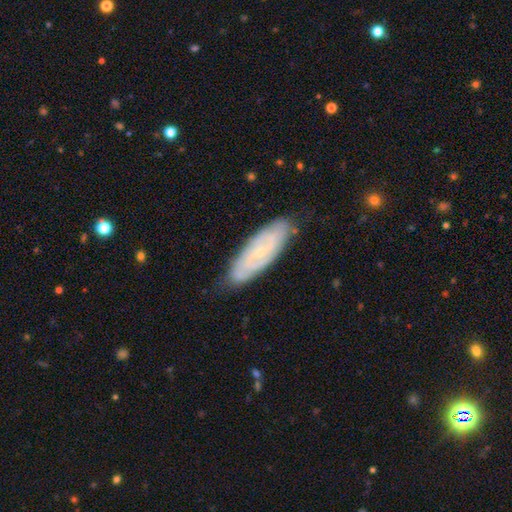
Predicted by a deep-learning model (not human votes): Smooth or featured: featured or disk — 64% (smooth — 28%)
Edge-on disk: no — 82% (yes — 18%)
Bar: no — 70% (weak — 24%)
Spiral arms: yes — 77% (no — 23%)
Bulge size: small — 78% (moderate — 16%)
Merging: none — 76% (minor disturbance — 19%)